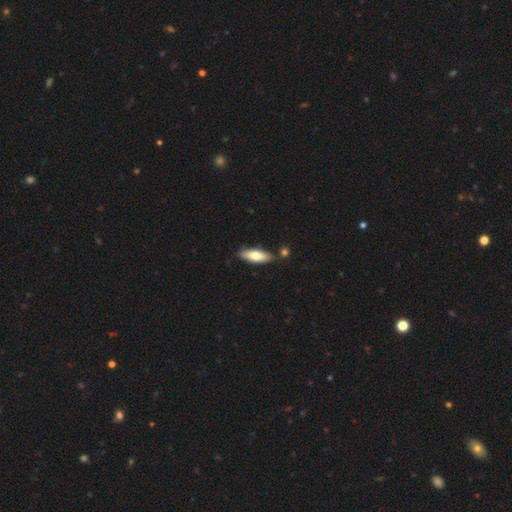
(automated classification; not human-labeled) Morphology: type=smooth (73%); roundness=in between (59%); merging=none (80%).